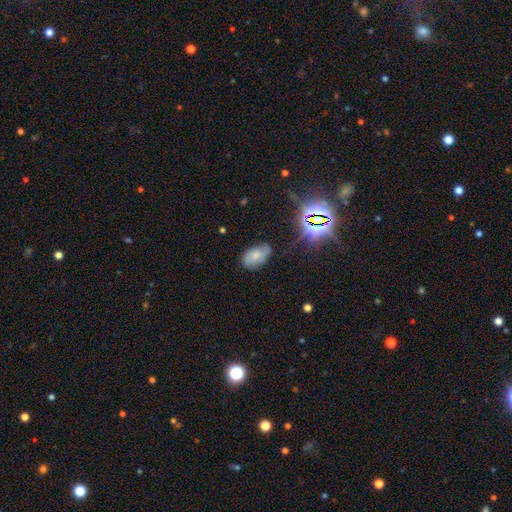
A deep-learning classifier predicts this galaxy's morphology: A smooth galaxy with no disk features (53%) that is in between round and cigar-shaped (91%). Merging: none (68%).